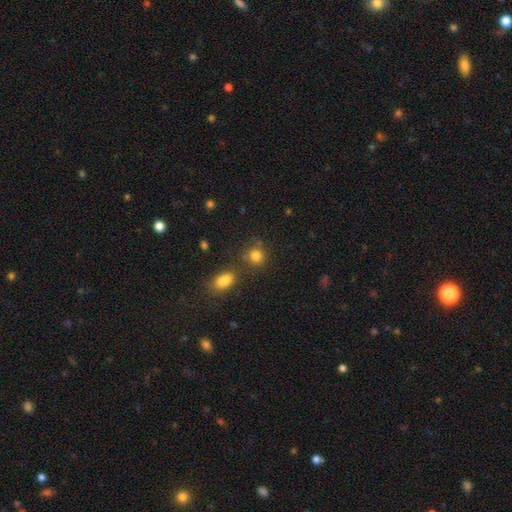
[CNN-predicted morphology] smooth_or_featured: smooth (p=0.81) [alt: star or artifact p=0.12]
how_rounded: round (p=0.82) [alt: in between p=0.17]
merging: none (p=0.70) [alt: merger p=0.14]